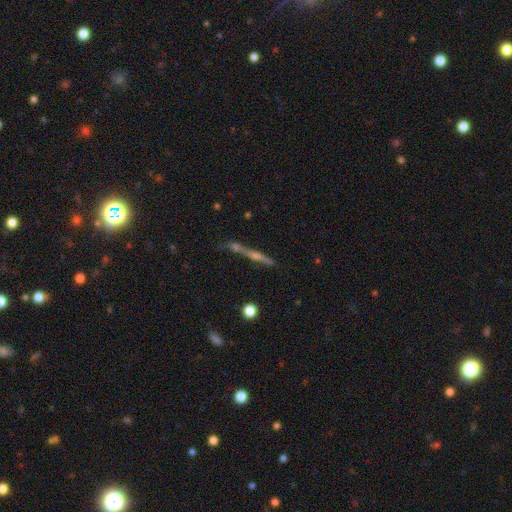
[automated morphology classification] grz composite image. It shows a featured or disk galaxy (60%) viewed edge-on (89%) with a rounded central bulge (71%). Merging: none (71%).